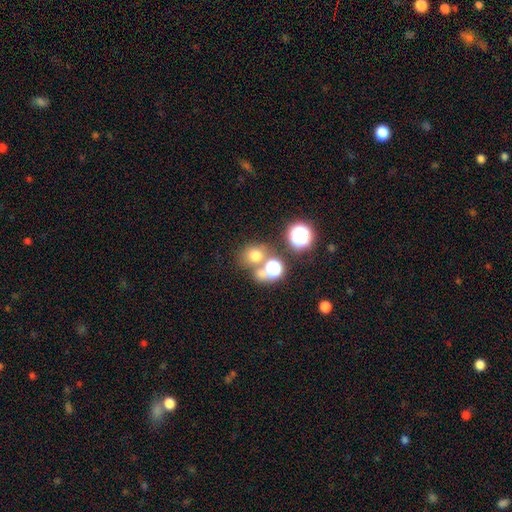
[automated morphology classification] This is likely a smooth galaxy (67%). How rounded: likely round (75%). Merging: possibly none (59%).